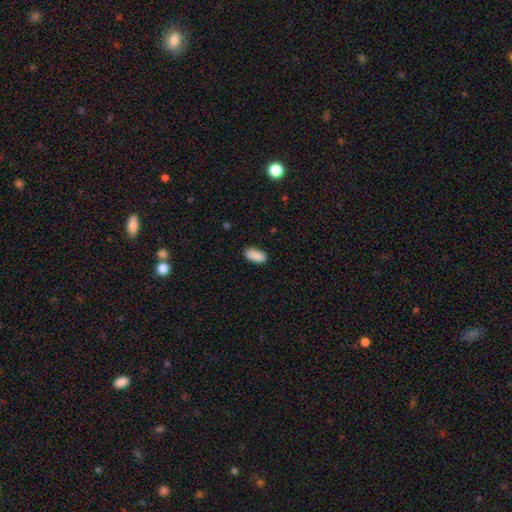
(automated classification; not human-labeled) A smooth galaxy with no disk features (89%) that is in between round and cigar-shaped (93%). Merging: none (82%).